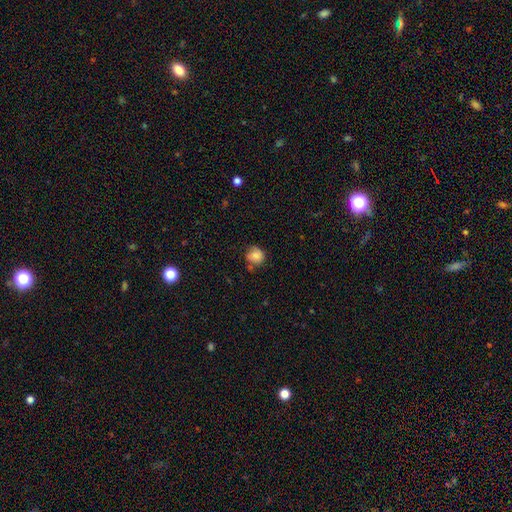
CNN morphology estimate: Q: Smooth or featured?
A: smooth (79%); runner-up: featured or disk (11%)
Q: How rounded?
A: round (78%); runner-up: in between (21%)
Q: Merging?
A: none (60%); runner-up: minor disturbance (26%)